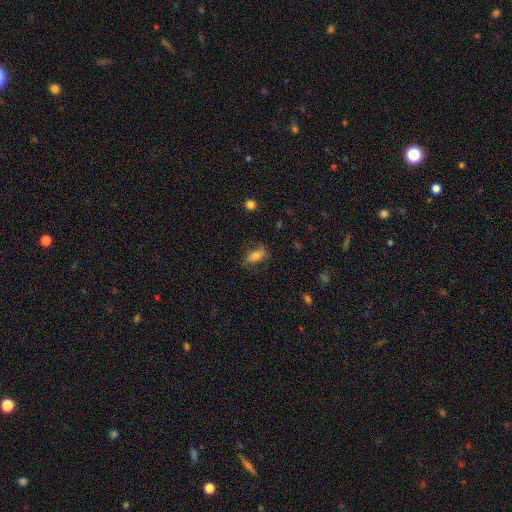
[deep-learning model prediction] Smooth or featured? Predicted: smooth (p=0.63). How rounded? Predicted: in between (p=0.80). Merging? Predicted: none (p=0.67).